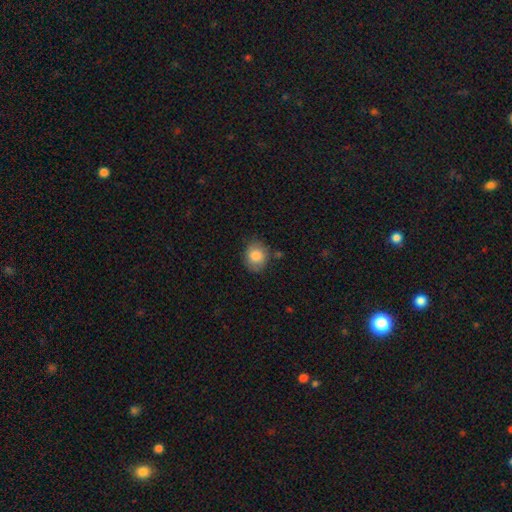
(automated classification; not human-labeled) Smooth or featured? Predicted: smooth (p=0.84). How rounded? Predicted: round (p=0.61). Merging? Predicted: none (p=0.77).